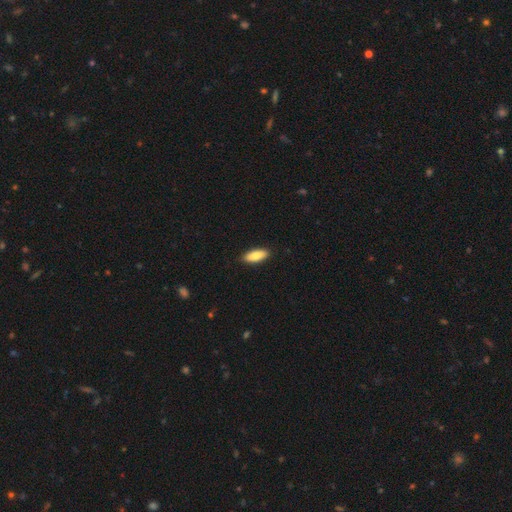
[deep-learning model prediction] Smooth or featured? smooth (84%)
How rounded? in between (79%)
Merging? none (89%)